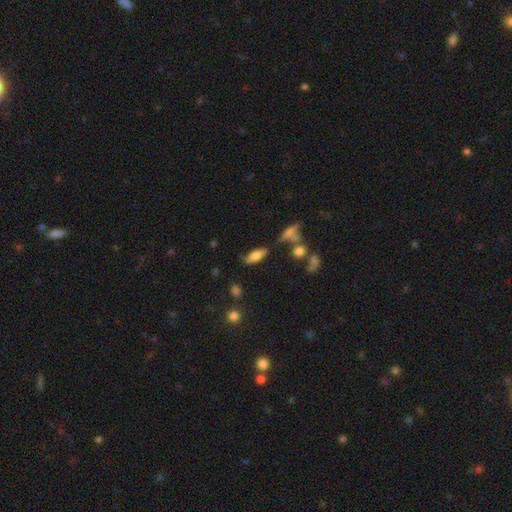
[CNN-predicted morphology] This appears to be a smooth galaxy with no disk features (64%) that is in between round and cigar-shaped (61%). Merging: none (68%).